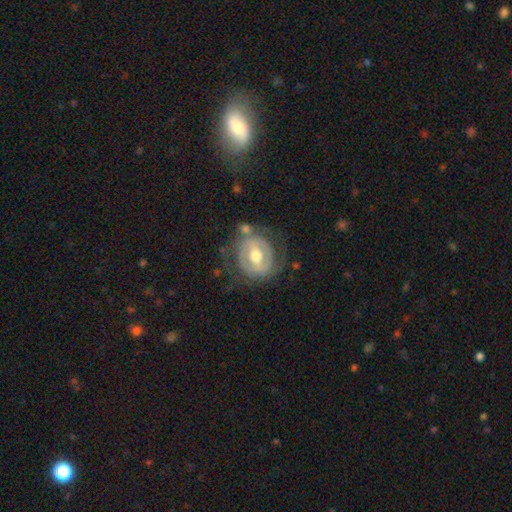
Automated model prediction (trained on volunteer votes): Overall: featured or disk (67%; smooth 27%). Edge-on disk: no (95%). Bar: weak (41%; strong 31%). Spiral arms: no (57%; yes 43%). Bulge size: moderate (76%). Merging: none (64%).